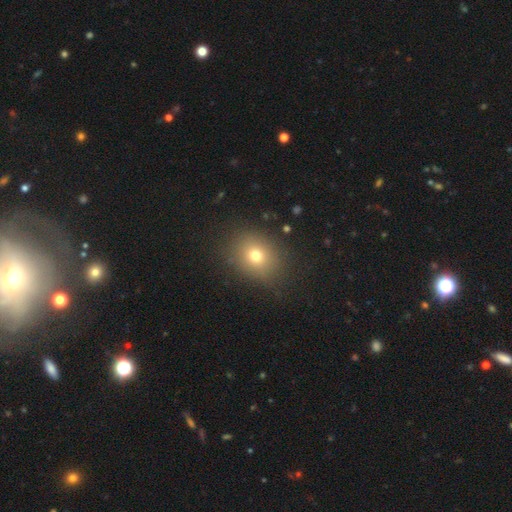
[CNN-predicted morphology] Smooth or featured: smooth — 72% (star or artifact — 16%)
How rounded: round — 60% (in between — 39%)
Merging: none — 83% (minor disturbance — 11%)